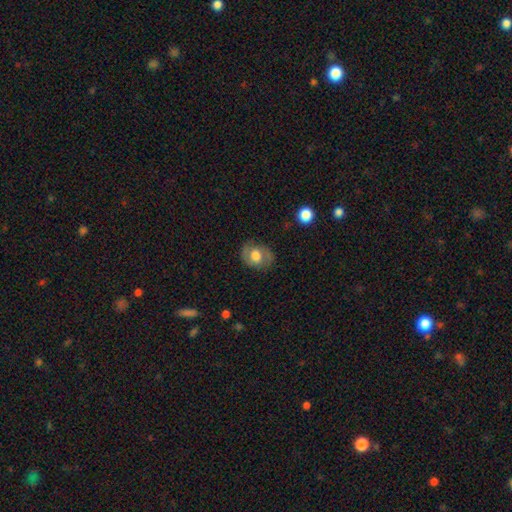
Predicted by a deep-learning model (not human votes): Morphology: type=smooth (51%); roundness=in between (54%); merging=none (74%).